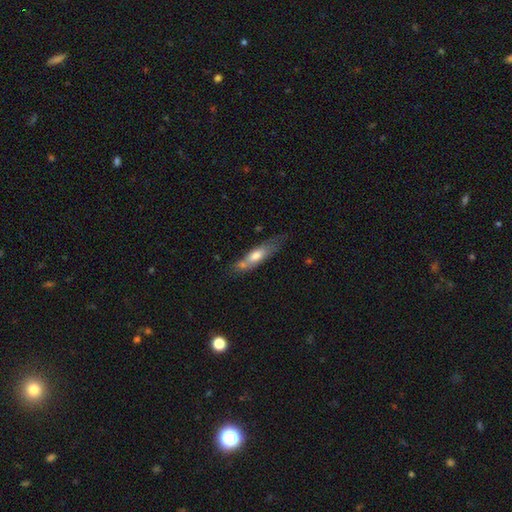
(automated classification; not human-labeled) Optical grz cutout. It shows a smooth galaxy with no disk features (60%) that is cigar-shaped (58%). Merging: none (52%).